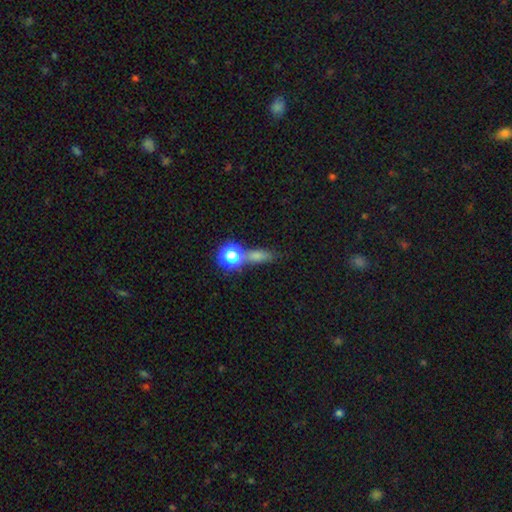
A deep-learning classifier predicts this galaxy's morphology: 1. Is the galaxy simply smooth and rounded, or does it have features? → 56% smooth, 31% star or artifact, 14% featured or disk.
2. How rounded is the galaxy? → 39% in between, 38% round, 23% cigar-shaped.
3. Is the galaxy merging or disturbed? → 60% none, 21% merger, 12% minor disturbance, 7% major disturbance.